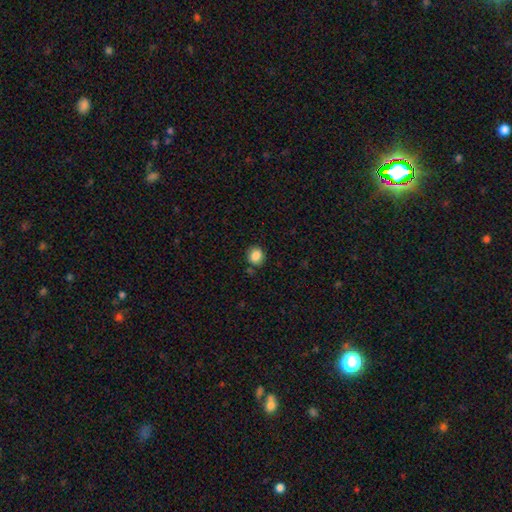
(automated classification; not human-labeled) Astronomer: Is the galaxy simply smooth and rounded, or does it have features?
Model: smooth — 86%.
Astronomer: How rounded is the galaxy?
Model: round — 75%.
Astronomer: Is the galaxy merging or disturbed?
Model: none — 82%.